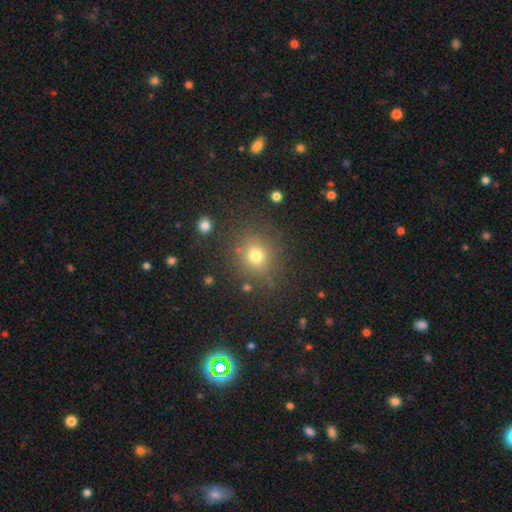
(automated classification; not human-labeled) Smooth or featured?
  - smooth: 73% *
  - star or artifact: 18%
  - featured or disk: 9%
How rounded?
  - round: 83% *
  - in between: 16%
  - cigar-shaped: 1%
Merging?
  - none: 82% *
  - minor disturbance: 10%
  - major disturbance: 4%
  - merger: 3%